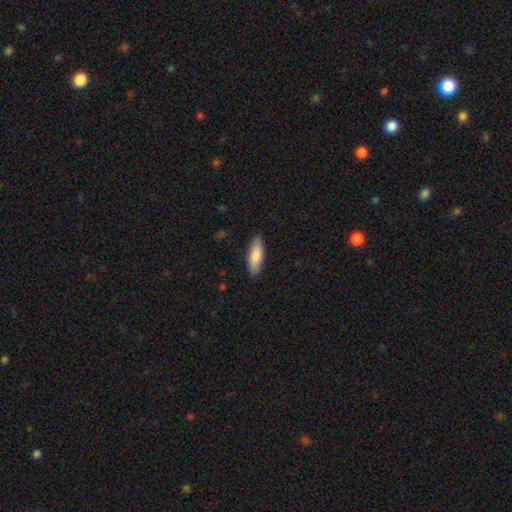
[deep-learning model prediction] Smooth or featured? Predicted: smooth (p=0.84). How rounded? Predicted: in between (p=0.60). Merging? Predicted: none (p=0.87).